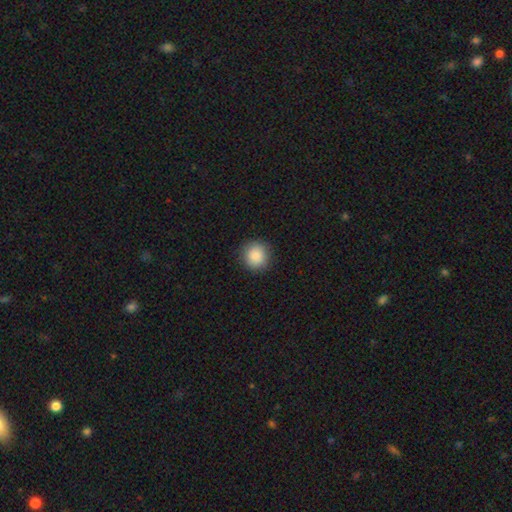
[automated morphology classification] smooth-or-featured: smooth: 87% | star or artifact: 9% | featured or disk: 4%
  how-rounded: round: 92% | in between: 7% | cigar-shaped: 1%
  merging: none: 90% | minor disturbance: 7% | major disturbance: 2% | merger: 1%